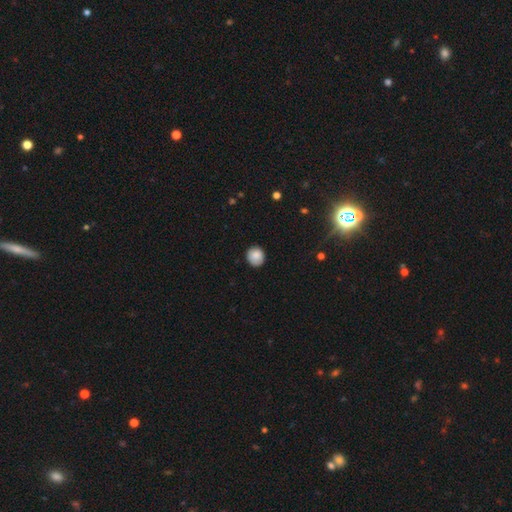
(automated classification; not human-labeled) smooth_or_featured: smooth (p=0.86) [alt: star or artifact p=0.08]
how_rounded: round (p=0.84) [alt: in between p=0.15]
merging: none (p=0.83) [alt: minor disturbance p=0.14]